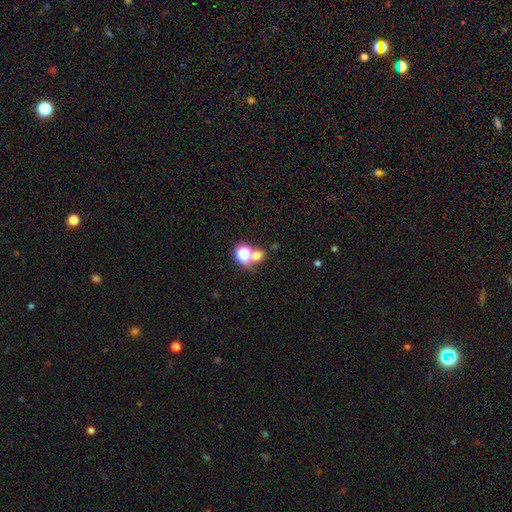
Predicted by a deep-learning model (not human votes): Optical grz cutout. It shows a smooth galaxy with no disk features (64%) that is round (66%). Merging: none (46%).